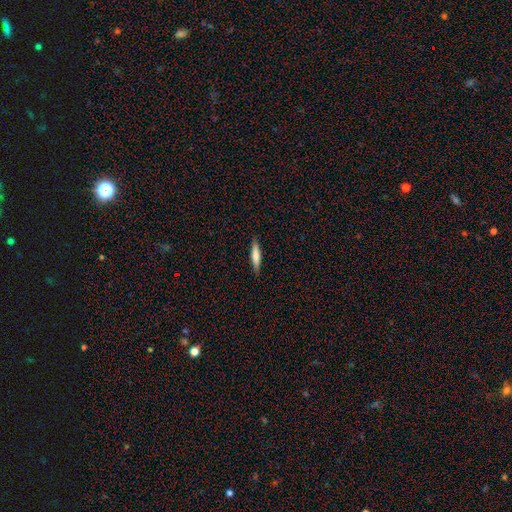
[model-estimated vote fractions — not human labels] The model was most divided on "smooth or featured": smooth: 67%, featured or disk: 27%, star or artifact: 6%. More confident: merging — none (88%); how rounded — cigar-shaped (85%).